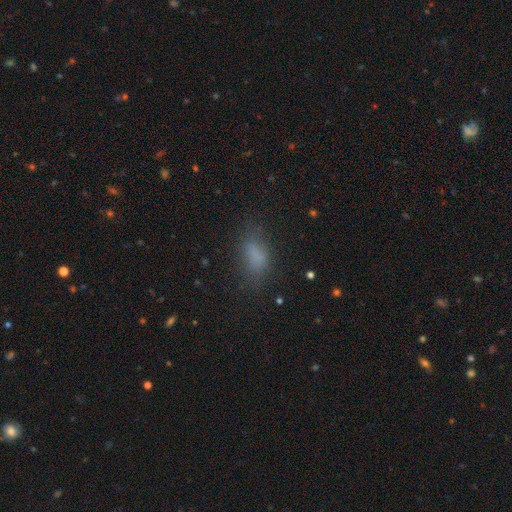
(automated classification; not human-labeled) smooth_or_featured: smooth (p=0.77) [alt: star or artifact p=0.14]
how_rounded: in between (p=0.83) [alt: cigar-shaped p=0.11]
merging: none (p=0.67) [alt: minor disturbance p=0.20]